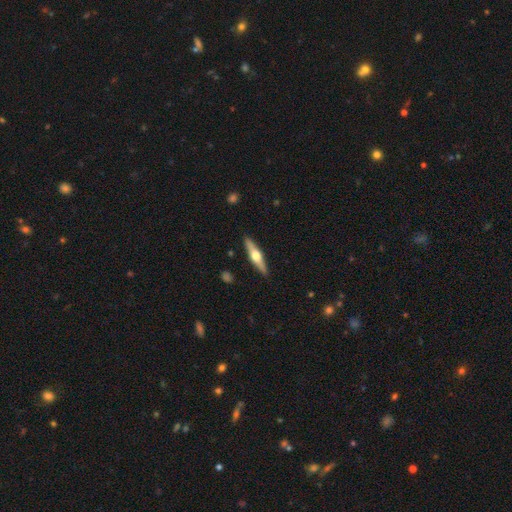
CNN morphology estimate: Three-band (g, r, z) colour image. It shows a featured or disk galaxy (64%) viewed edge-on (96%) with a rounded central bulge (95%). Merging: none (90%).